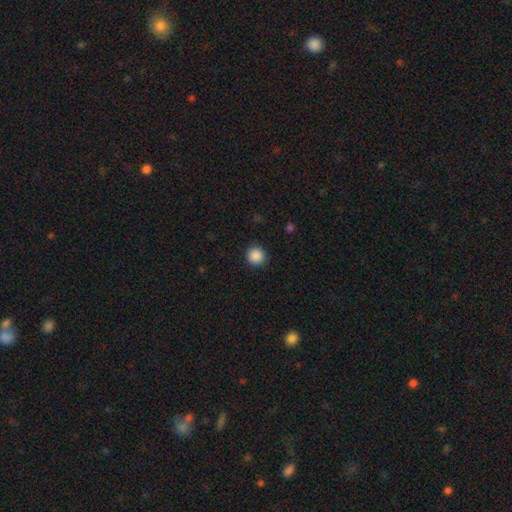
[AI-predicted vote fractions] This is clearly a smooth galaxy (88%). How rounded: clearly round (94%). Merging: clearly none (91%).